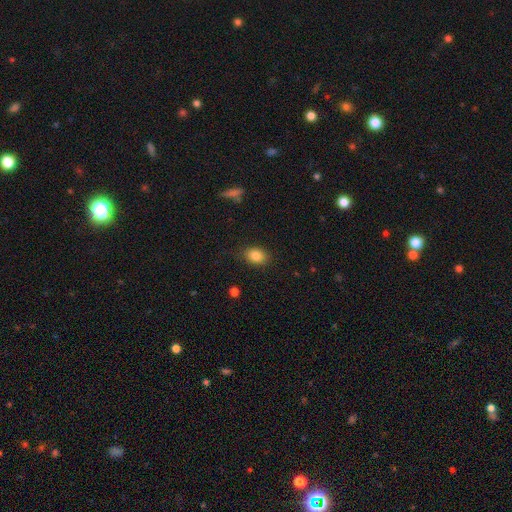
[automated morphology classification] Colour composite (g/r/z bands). It shows a smooth galaxy with no disk features (84%) that is in between round and cigar-shaped (71%). Merging: none (82%).